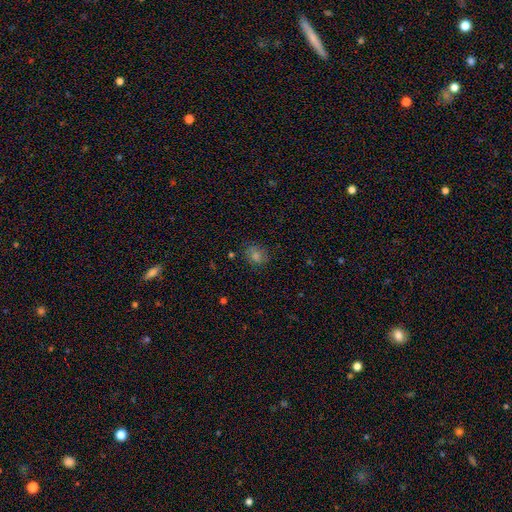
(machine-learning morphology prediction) This appears to be a smooth galaxy with no disk features (59%) that is round (67%). Merging: none (82%).